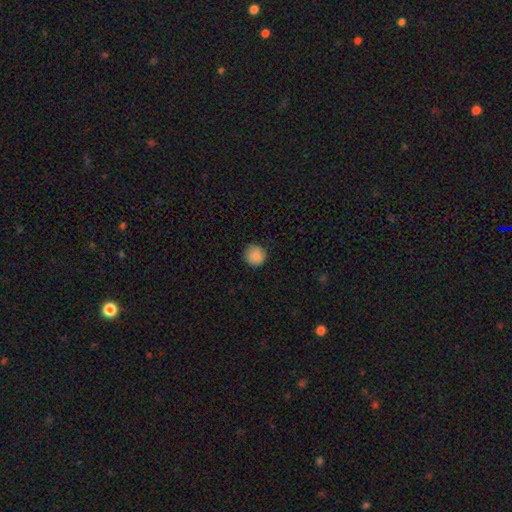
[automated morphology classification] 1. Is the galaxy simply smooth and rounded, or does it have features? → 89% smooth, 9% star or artifact, 3% featured or disk.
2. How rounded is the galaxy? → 95% round, 4% in between, 1% cigar-shaped.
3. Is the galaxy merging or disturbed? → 91% none, 6% minor disturbance, 2% major disturbance, 1% merger.